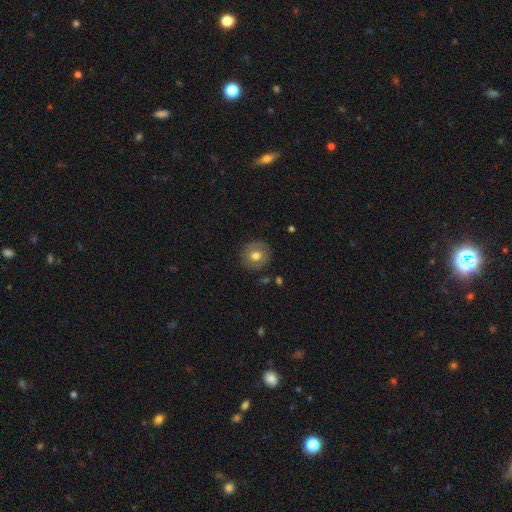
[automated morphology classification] A smooth galaxy with no disk features (64%) that is round (87%).

Vote fractions:
- Smooth or featured? smooth: 64% / featured or disk: 27% / star or artifact: 8%
- How rounded? round: 87% / in between: 12% / cigar-shaped: 1%
- Merging? none: 86% / minor disturbance: 10% / major disturbance: 3% / merger: 1%